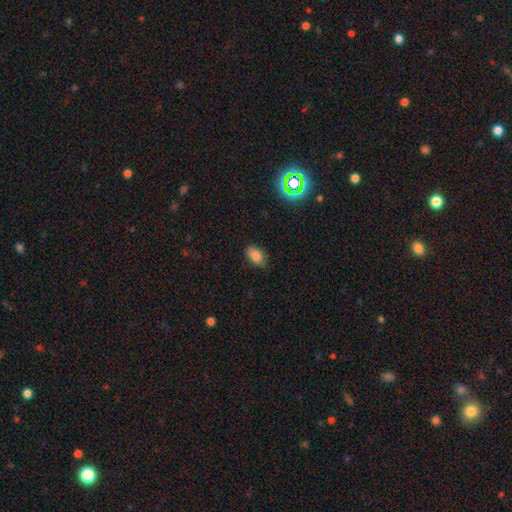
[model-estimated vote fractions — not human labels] Morphology: type=smooth (82%); roundness=in between (89%); merging=none (79%).